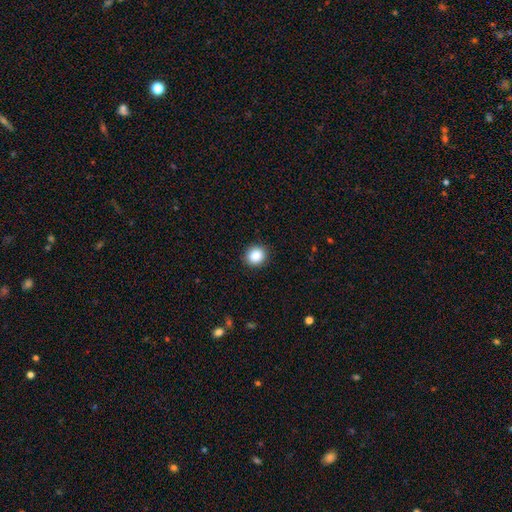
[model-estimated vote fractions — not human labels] smooth 88%, star or artifact 9%, featured or disk 3%. Down the decision tree: how rounded — round (85%); merging — none (91%).